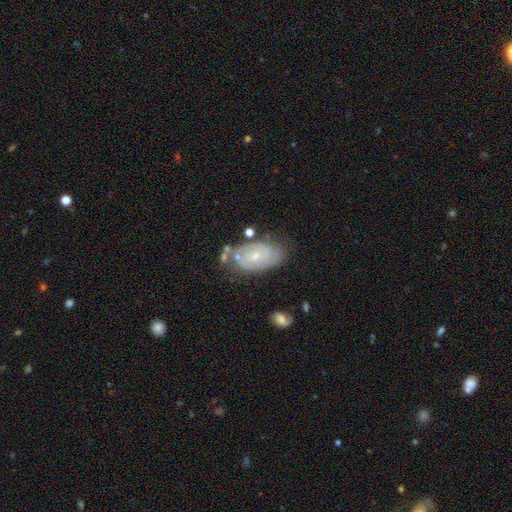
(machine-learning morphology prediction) The model was most divided on "spiral arm count": 2: 42%, can't tell: 41%, 3: 7%, 1: 4%, 4: 3%, more than 4: 2%. More confident: edge-on disk — no (94%); spiral arms — yes (80%); bar — no (70%); smooth or featured — featured or disk (70%); spiral winding — tight (66%); merging — none (64%); bulge size — small (62%).